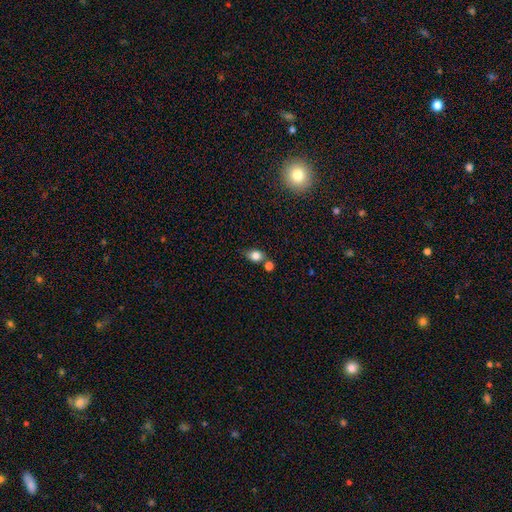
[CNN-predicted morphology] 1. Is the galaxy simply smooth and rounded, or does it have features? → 82% smooth, 10% star or artifact, 8% featured or disk.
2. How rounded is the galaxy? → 64% in between, 34% round, 2% cigar-shaped.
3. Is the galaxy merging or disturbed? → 58% none, 20% merger, 17% minor disturbance, 5% major disturbance.